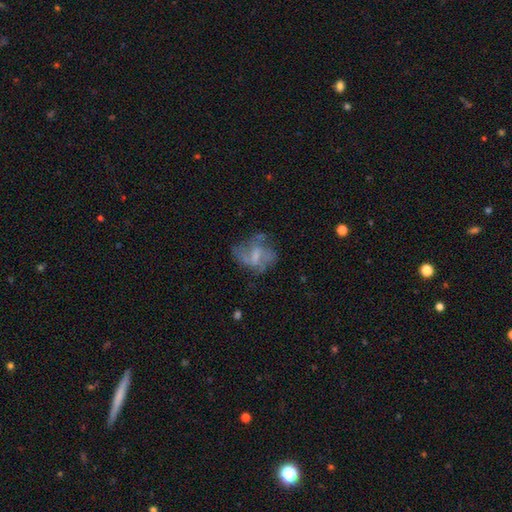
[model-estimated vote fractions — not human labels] smooth-or-featured: featured or disk: 58% | smooth: 32% | star or artifact: 10%
  disk-edge-on: no: 97% | yes: 3%
    bar: weak: 47% | no: 40% | strong: 14%
    has-spiral-arms: yes: 54% | no: 46%
    bulge-size: none: 33% | small: 32% | moderate: 29% | large: 4% | dominant: 1%
  merging: none: 43% | major disturbance: 30% | minor disturbance: 23% | merger: 4%